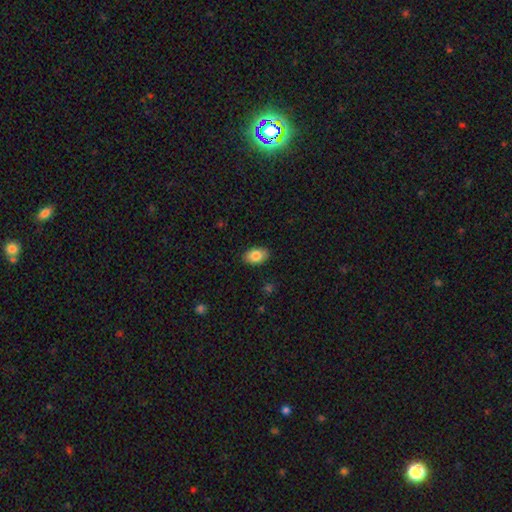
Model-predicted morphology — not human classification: A smooth galaxy with no disk features (83%) that is in between round and cigar-shaped (87%).

Vote fractions:
- Smooth or featured? smooth: 83% / featured or disk: 10% / star or artifact: 7%
- How rounded? in between: 87% / round: 11% / cigar-shaped: 1%
- Merging? none: 87% / minor disturbance: 10% / major disturbance: 2% / merger: 1%